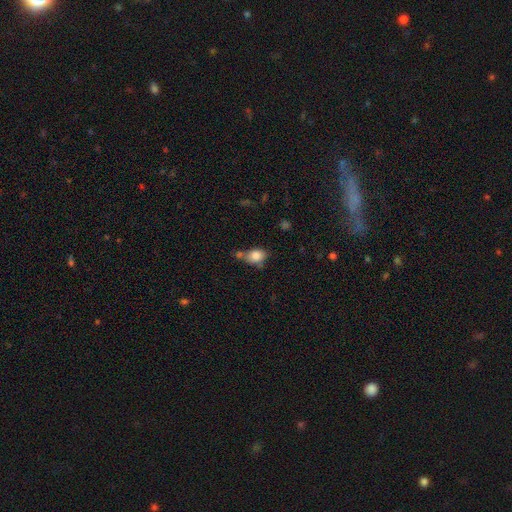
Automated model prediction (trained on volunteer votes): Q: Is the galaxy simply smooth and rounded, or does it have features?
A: smooth — 82%.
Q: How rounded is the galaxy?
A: in between — 66%.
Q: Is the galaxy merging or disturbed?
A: none — 44%.